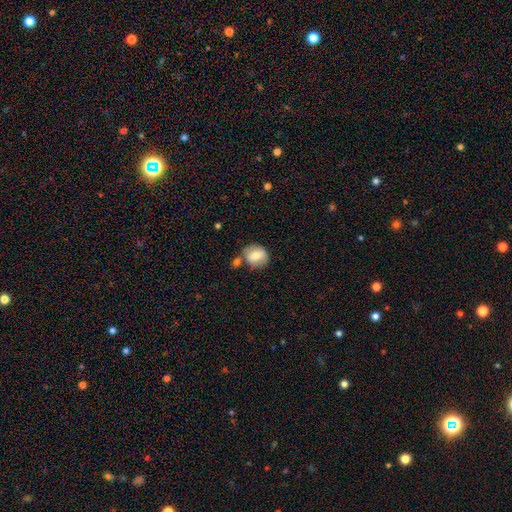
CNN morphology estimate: A smooth galaxy with no disk features (77%) that is round (67%).

Vote fractions:
- Smooth or featured? smooth: 77% / featured or disk: 15% / star or artifact: 8%
- How rounded? round: 67% / in between: 32% / cigar-shaped: 1%
- Merging? none: 58% / minor disturbance: 19% / merger: 18% / major disturbance: 6%